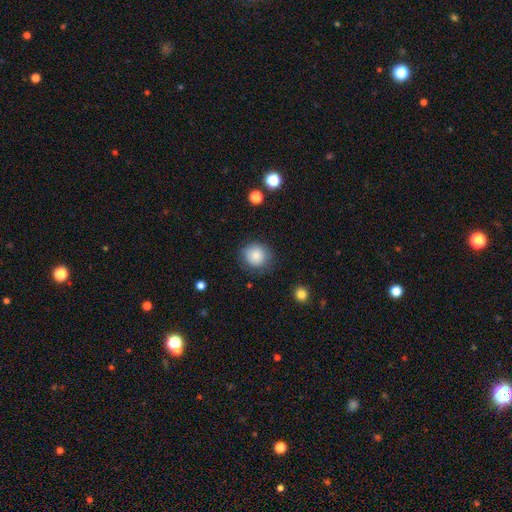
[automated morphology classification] smooth_or_featured: smooth (p=0.85) [alt: star or artifact p=0.09]
how_rounded: round (p=0.86) [alt: in between p=0.13]
merging: none (p=0.79) [alt: minor disturbance p=0.16]